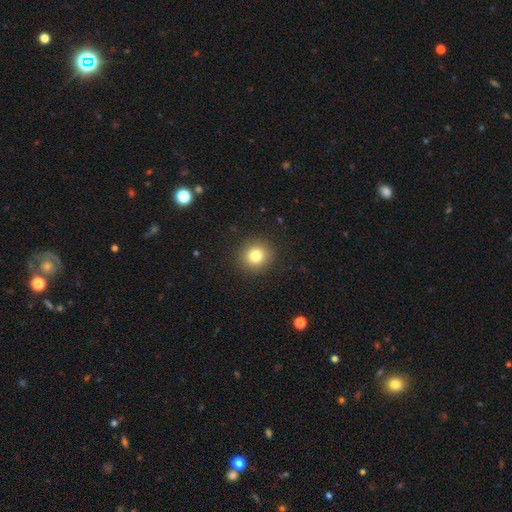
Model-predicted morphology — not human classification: A smooth galaxy with no disk features (81%) that is round (90%).

Vote fractions:
- Smooth or featured? smooth: 81% / star or artifact: 12% / featured or disk: 8%
- How rounded? round: 90% / in between: 9% / cigar-shaped: 1%
- Merging? none: 91% / minor disturbance: 6% / major disturbance: 2% / merger: 1%